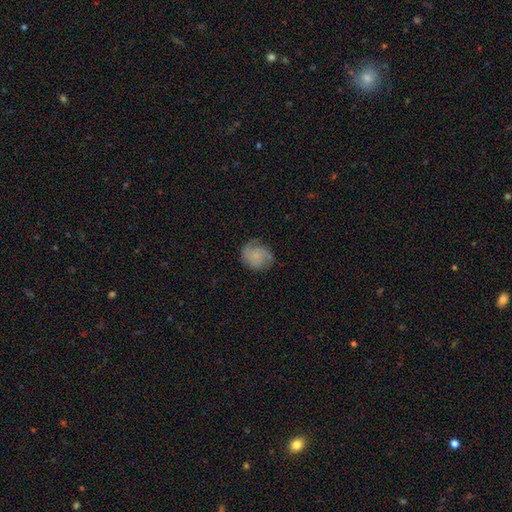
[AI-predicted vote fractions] smooth 48%, featured or disk 44%, star or artifact 8%. Down the decision tree: merging — none (70%).